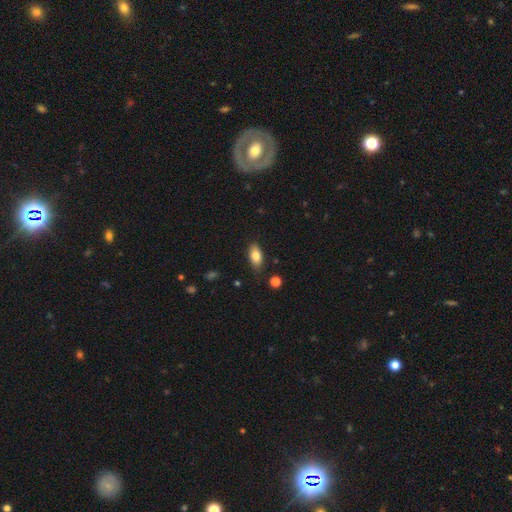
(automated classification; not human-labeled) Q: Smooth or featured?
A: smooth (81%); runner-up: featured or disk (11%)
Q: How rounded?
A: in between (89%); runner-up: cigar-shaped (6%)
Q: Merging?
A: none (81%); runner-up: minor disturbance (15%)